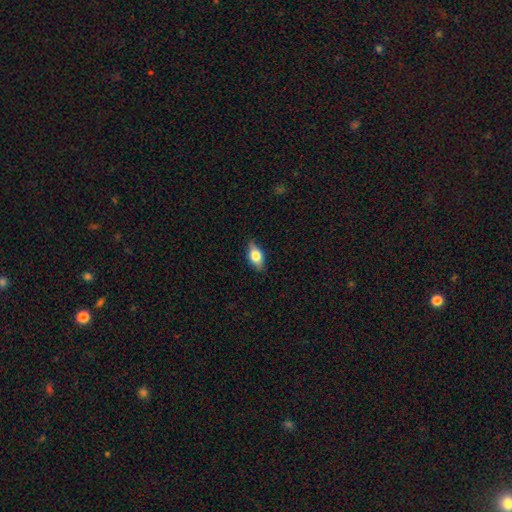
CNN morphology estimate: This appears to be a smooth galaxy with no disk features (66%) that is in between round and cigar-shaped (83%). Merging: none (81%).